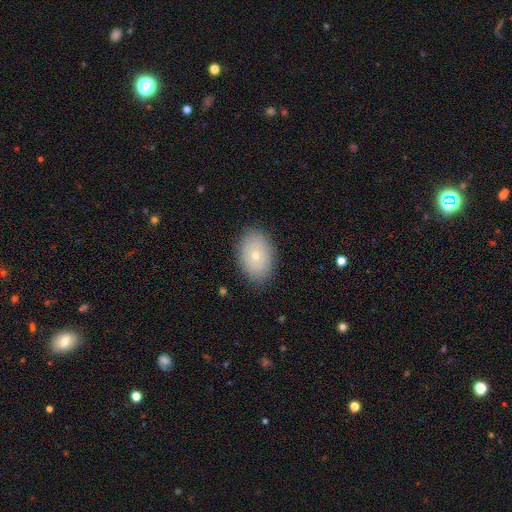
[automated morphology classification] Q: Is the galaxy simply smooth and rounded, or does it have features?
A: smooth — 70%.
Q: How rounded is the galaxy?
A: in between — 83%.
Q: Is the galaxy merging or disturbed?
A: none — 85%.